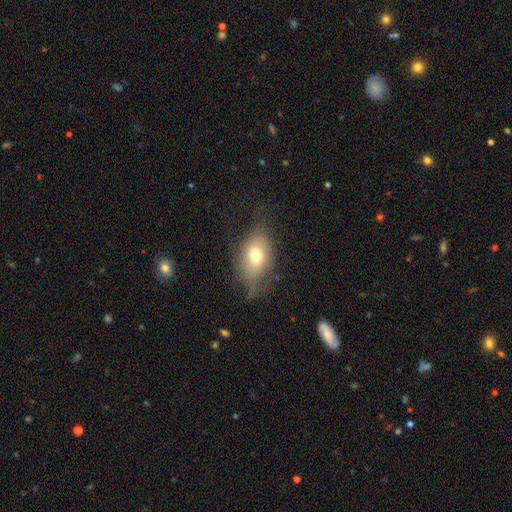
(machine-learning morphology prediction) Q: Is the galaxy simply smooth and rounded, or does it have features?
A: smooth — 68%.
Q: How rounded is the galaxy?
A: in between — 75%.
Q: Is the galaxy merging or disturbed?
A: none — 54%.